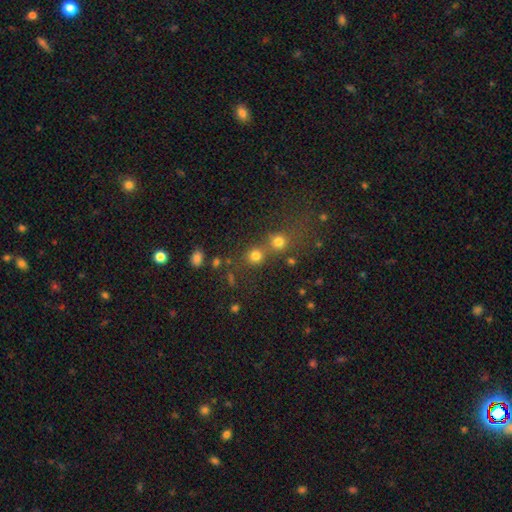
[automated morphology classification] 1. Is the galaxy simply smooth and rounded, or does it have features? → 77% smooth, 16% star or artifact, 7% featured or disk.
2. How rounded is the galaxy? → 89% round, 10% in between, 1% cigar-shaped.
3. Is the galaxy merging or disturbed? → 59% none, 30% merger, 7% minor disturbance, 4% major disturbance.